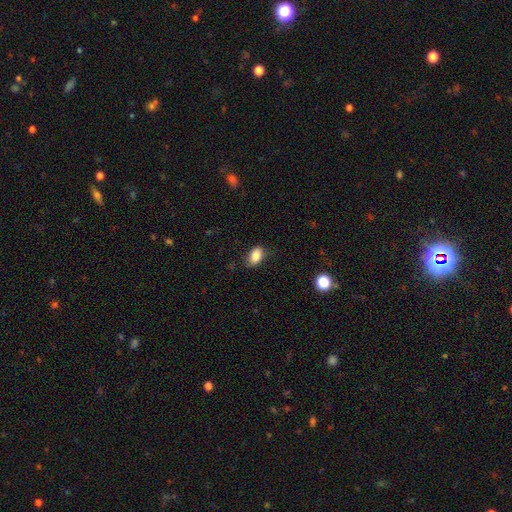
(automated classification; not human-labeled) This is clearly a smooth galaxy (83%). How rounded: clearly in between (87%). Merging: likely none (74%).